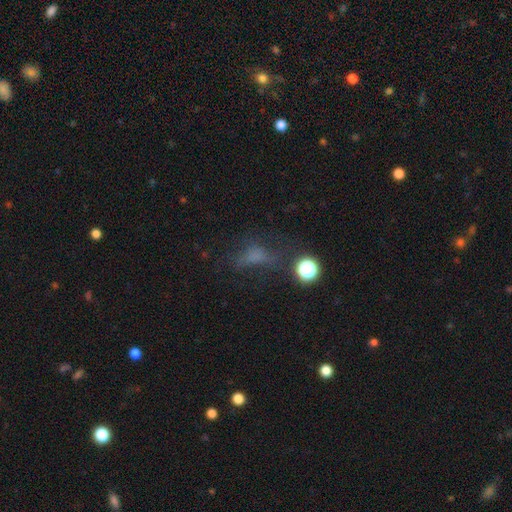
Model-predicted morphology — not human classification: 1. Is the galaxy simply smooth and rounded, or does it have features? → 47% smooth, 31% star or artifact, 22% featured or disk.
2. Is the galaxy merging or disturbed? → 46% none, 28% major disturbance, 20% minor disturbance, 6% merger.